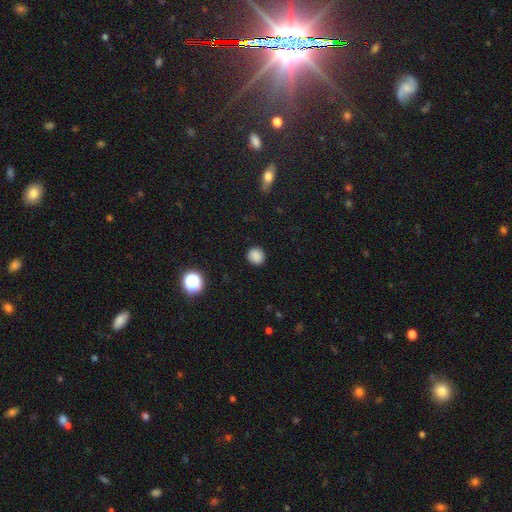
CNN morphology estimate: This appears to be a smooth galaxy with no disk features (85%) that is round (88%). Merging: none (90%).